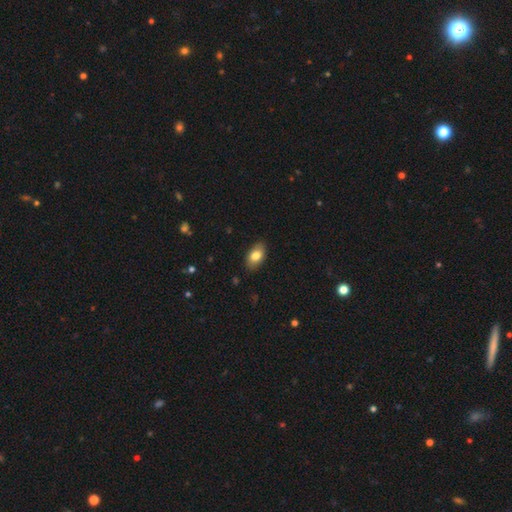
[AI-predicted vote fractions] smooth-or-featured: smooth: 81% | featured or disk: 12% | star or artifact: 7%
  how-rounded: in between: 92% | round: 7% | cigar-shaped: 2%
  merging: none: 85% | minor disturbance: 12% | major disturbance: 2% | merger: 1%